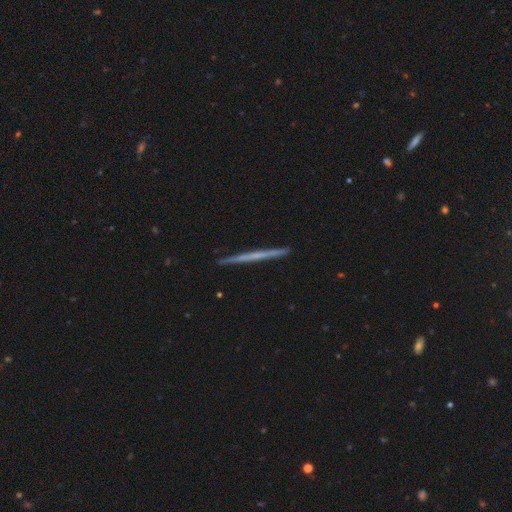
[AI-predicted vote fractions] featured or disk 60%, smooth 34%, star or artifact 6%. Down the decision tree: edge-on disk — yes (98%); edge-on bulge — none (88%); merging — none (92%).